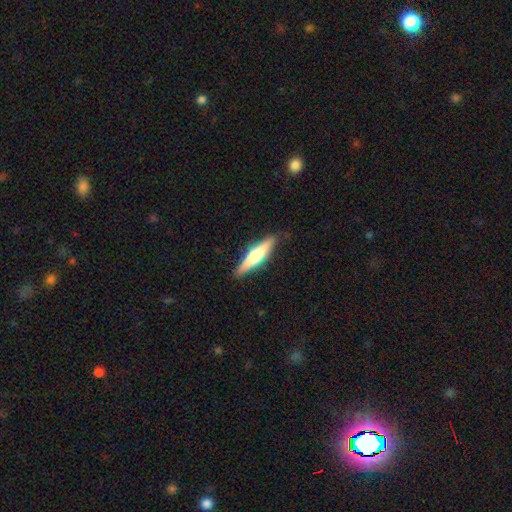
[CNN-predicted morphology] smooth-or-featured: smooth: 57% | featured or disk: 38% | star or artifact: 5%
  how-rounded: cigar-shaped: 78% | in between: 20% | round: 2%
  merging: none: 87% | minor disturbance: 10% | major disturbance: 2% | merger: 1%